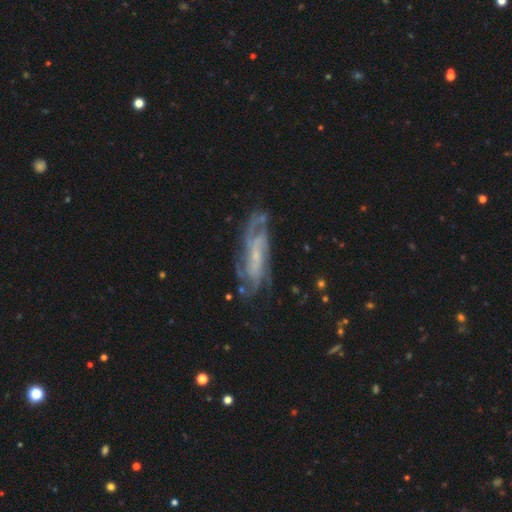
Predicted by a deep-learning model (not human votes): A featured or disk galaxy (81%) with no bar (51%), tight (48%) spiral arms (93%) and a small central bulge (59%).

Vote fractions:
- Smooth or featured? featured or disk: 81% / smooth: 12% / star or artifact: 7%
- Edge-on disk? no: 86% / yes: 14%
- Bar? no: 51% / weak: 37% / strong: 12%
- Spiral arms? yes: 93% / no: 7%
- Spiral winding? tight: 48% / medium: 39% / loose: 13%
- Spiral arm count? can't tell: 37% / 3: 18% / 4: 16% / 2: 16% / more than 4: 7% / 1: 5%
- Bulge size? small: 59% / none: 20% / moderate: 18% / large: 2% / dominant: 1%
- Merging? none: 70% / minor disturbance: 19% / major disturbance: 9% / merger: 2%